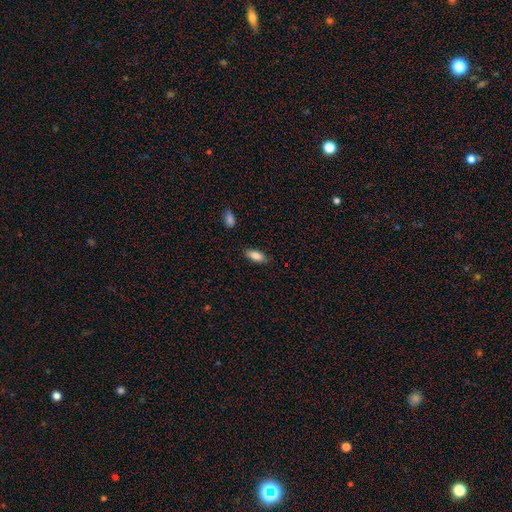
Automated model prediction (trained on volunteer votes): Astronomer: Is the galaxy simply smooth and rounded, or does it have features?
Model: smooth — 84%.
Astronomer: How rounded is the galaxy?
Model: in between — 84%.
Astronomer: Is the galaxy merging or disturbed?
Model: none — 85%.